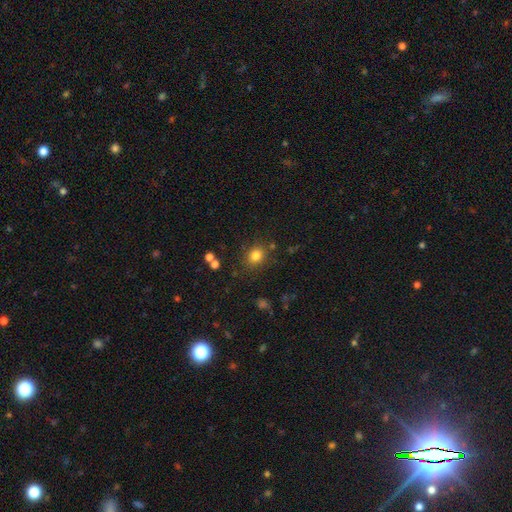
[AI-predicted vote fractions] Q: Smooth or featured?
A: smooth (80%); runner-up: star or artifact (13%)
Q: How rounded?
A: round (73%); runner-up: in between (26%)
Q: Merging?
A: none (82%); runner-up: minor disturbance (10%)